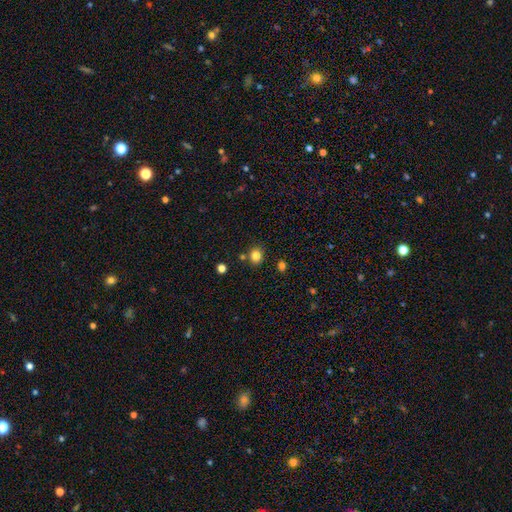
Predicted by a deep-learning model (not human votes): Morphology: type=smooth (82%); roundness=round (76%); merging=none (81%).